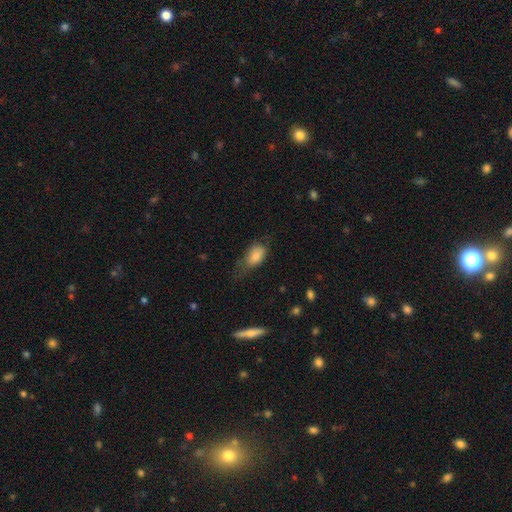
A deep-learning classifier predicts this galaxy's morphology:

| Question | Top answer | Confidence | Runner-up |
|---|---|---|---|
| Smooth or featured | smooth | 82% | featured or disk (11%) |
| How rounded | in between | 89% | round (8%) |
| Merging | none | 38% | minor disturbance (36%) |